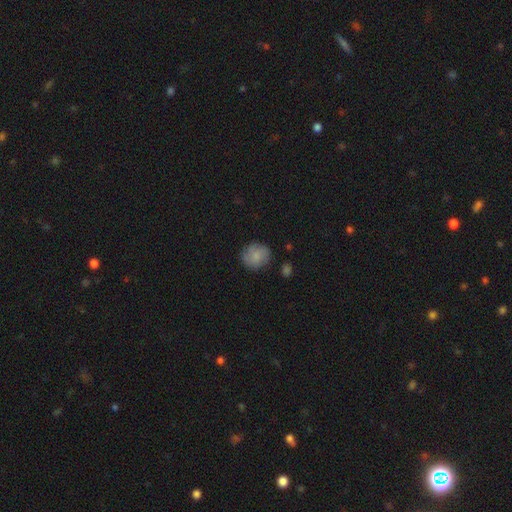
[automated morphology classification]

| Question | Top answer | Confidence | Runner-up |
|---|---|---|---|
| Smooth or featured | smooth | 75% | featured or disk (18%) |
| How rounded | round | 83% | in between (16%) |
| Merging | none | 77% | minor disturbance (17%) |